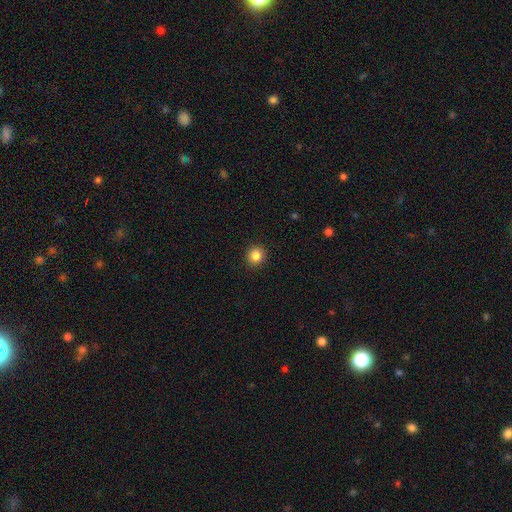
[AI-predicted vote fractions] Overall: smooth (84%). How rounded: round (92%). Merging: none (93%).